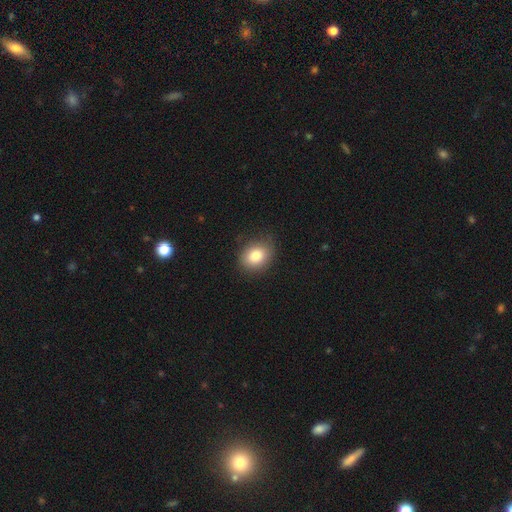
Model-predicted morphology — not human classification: Smooth or featured: smooth — 82% (star or artifact — 9%)
How rounded: in between — 51% (round — 48%)
Merging: none — 82% (minor disturbance — 14%)